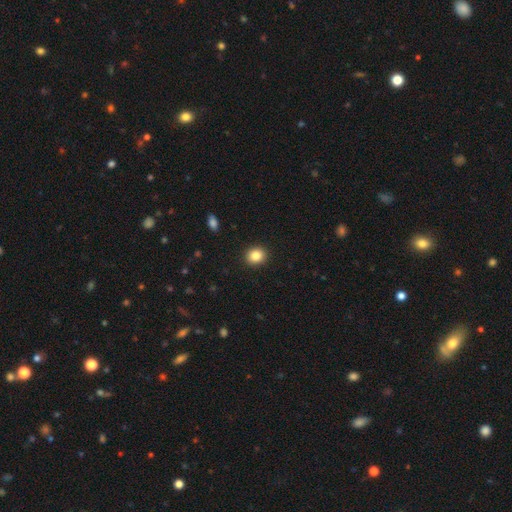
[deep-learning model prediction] smooth_or_featured: smooth (p=0.85) [alt: star or artifact p=0.10]
how_rounded: round (p=0.79) [alt: in between p=0.21]
merging: none (p=0.92) [alt: minor disturbance p=0.05]